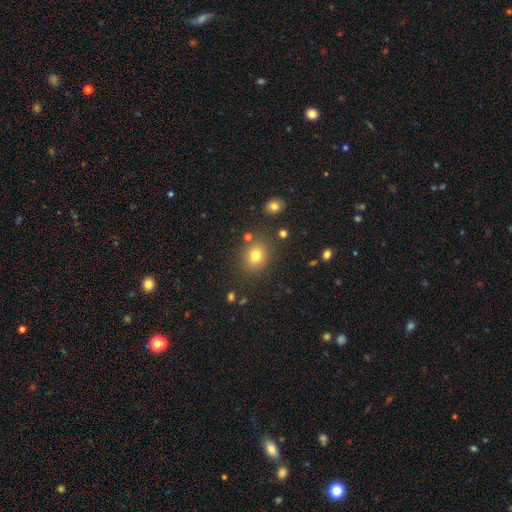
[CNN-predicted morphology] type=smooth (77%); roundness=round (70%); merging=none (82%).